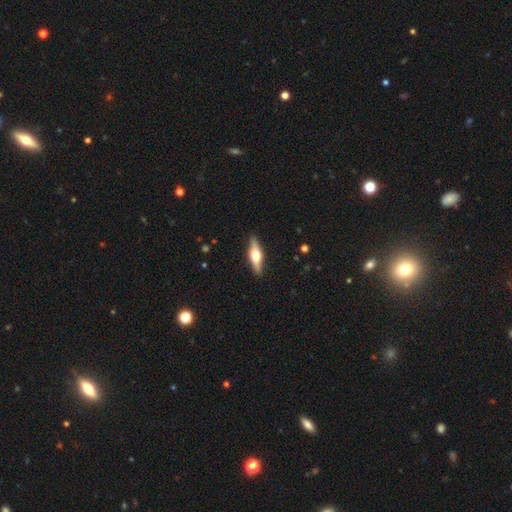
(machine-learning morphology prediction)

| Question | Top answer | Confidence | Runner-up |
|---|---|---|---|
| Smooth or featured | featured or disk | 57% | smooth (37%) |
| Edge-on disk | yes | 94% | no (6%) |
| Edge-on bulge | rounded | 94% | boxy (4%) |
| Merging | none | 90% | minor disturbance (8%) |